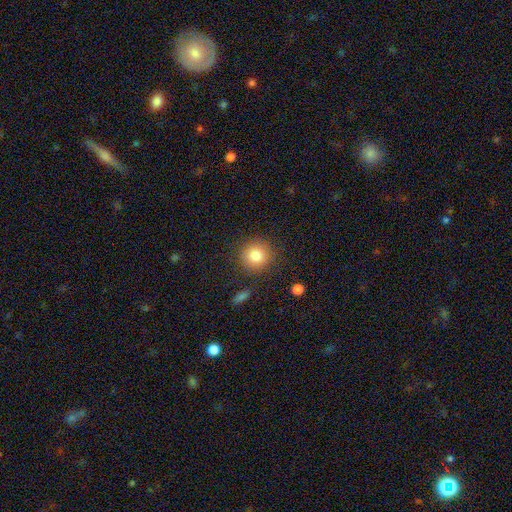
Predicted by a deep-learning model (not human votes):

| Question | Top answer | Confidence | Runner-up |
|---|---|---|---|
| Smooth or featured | smooth | 83% | star or artifact (10%) |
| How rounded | round | 90% | in between (9%) |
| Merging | none | 86% | minor disturbance (8%) |